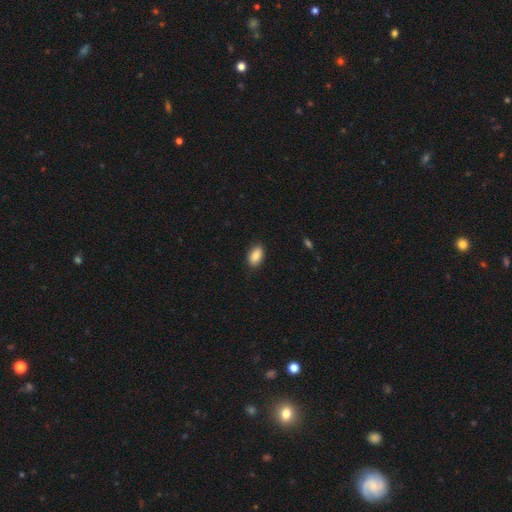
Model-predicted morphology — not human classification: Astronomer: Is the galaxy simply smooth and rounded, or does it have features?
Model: smooth — 87%.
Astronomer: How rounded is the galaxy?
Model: in between — 92%.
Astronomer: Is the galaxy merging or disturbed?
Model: none — 85%.